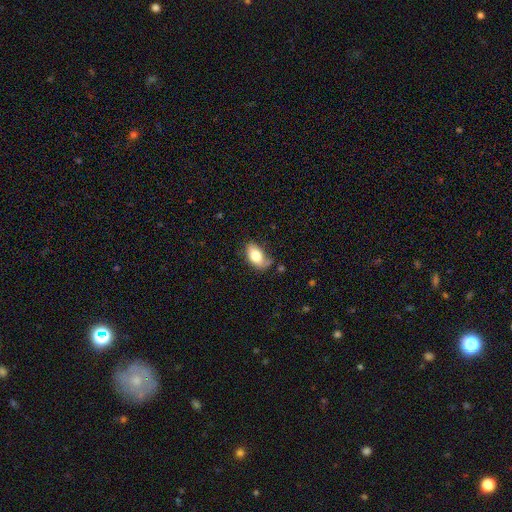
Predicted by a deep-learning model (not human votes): Overall: smooth (77%). How rounded: in between (91%). Merging: none (57%; minor disturbance 28%).